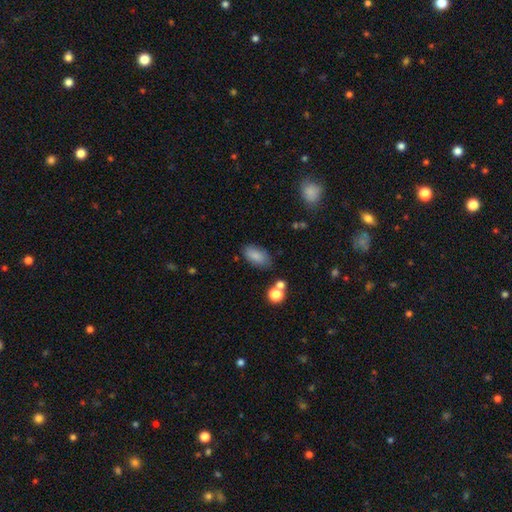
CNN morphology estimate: This appears to be a smooth galaxy with no disk features (84%) that is in between round and cigar-shaped (91%). Merging: none (75%).